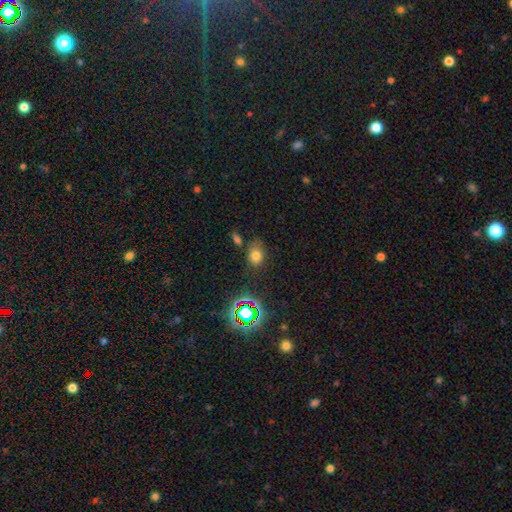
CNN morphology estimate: This appears to be a smooth galaxy with no disk features (69%) that is in between round and cigar-shaped (61%). Merging: none (69%).